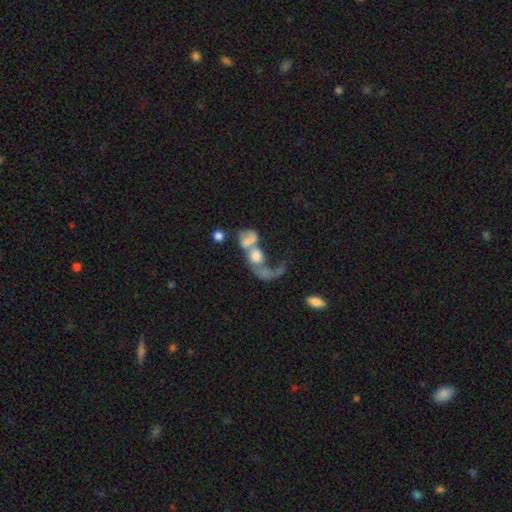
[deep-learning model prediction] smooth-or-featured: smooth: 47% | featured or disk: 42% | star or artifact: 11%
  merging: merger: 63% | major disturbance: 23% | none: 9% | minor disturbance: 5%